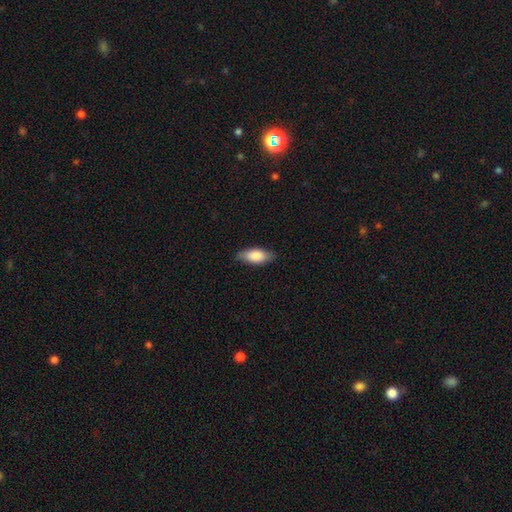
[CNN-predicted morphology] Overall: smooth (83%). How rounded: in between (83%). Merging: none (80%).